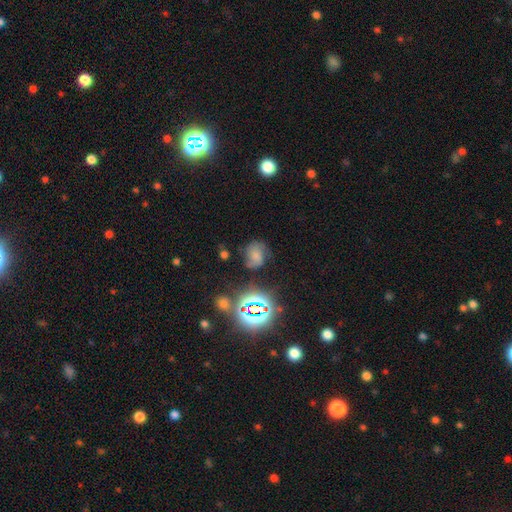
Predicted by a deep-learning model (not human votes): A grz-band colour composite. It shows a smooth galaxy with no disk features (46%). Merging: none (55%).